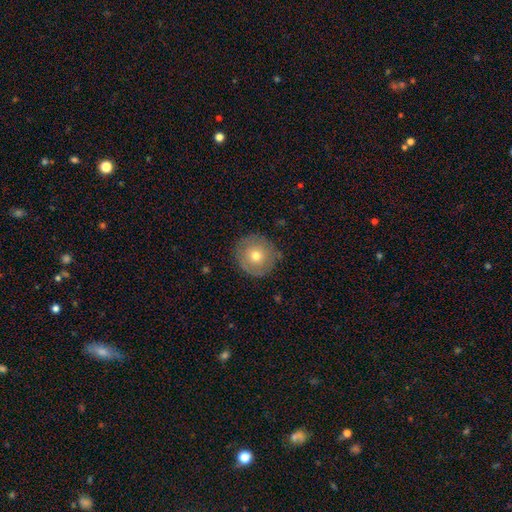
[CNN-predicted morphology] smooth_or_featured: smooth (p=0.62) [alt: featured or disk p=0.30]
how_rounded: round (p=0.94) [alt: in between p=0.05]
merging: none (p=0.81) [alt: minor disturbance p=0.14]